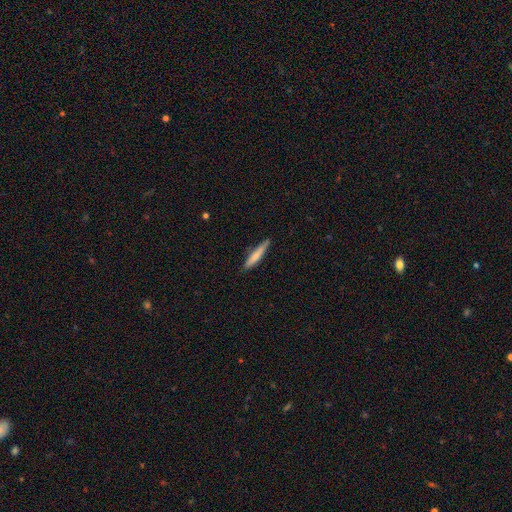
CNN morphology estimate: type=smooth (73%); roundness=cigar-shaped (92%); merging=none (83%).